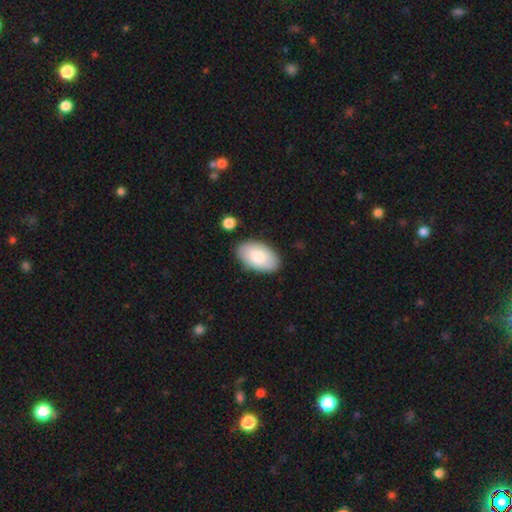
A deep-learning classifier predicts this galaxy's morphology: Q: Smooth or featured?
A: smooth (84%); runner-up: featured or disk (10%)
Q: How rounded?
A: in between (96%); runner-up: round (3%)
Q: Merging?
A: none (85%); runner-up: minor disturbance (11%)